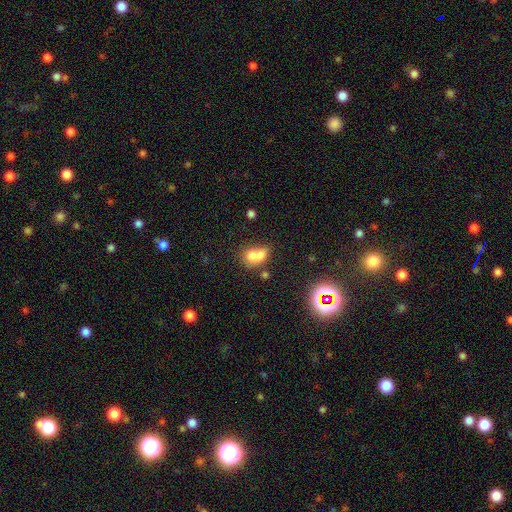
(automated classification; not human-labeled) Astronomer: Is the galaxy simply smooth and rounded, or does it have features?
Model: smooth — 69%.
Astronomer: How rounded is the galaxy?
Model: in between — 51% (runner-up: round, 47%).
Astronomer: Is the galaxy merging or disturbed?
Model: merger — 65%.